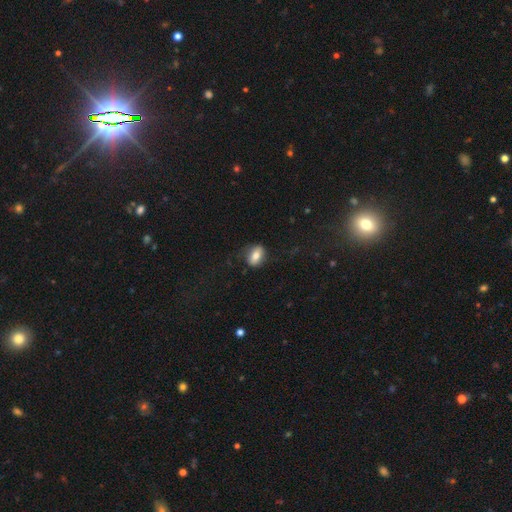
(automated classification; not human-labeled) The model was most divided on "smooth or featured": smooth: 72%, featured or disk: 19%, star or artifact: 9%. More confident: how rounded — in between (83%); merging — none (73%).